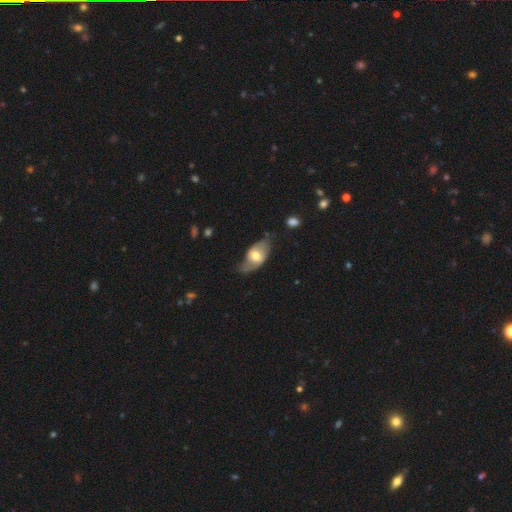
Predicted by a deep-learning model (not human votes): featured or disk 47% (tied), smooth 47% (tied), star or artifact 6%. Down the decision tree: merging — none (48%).